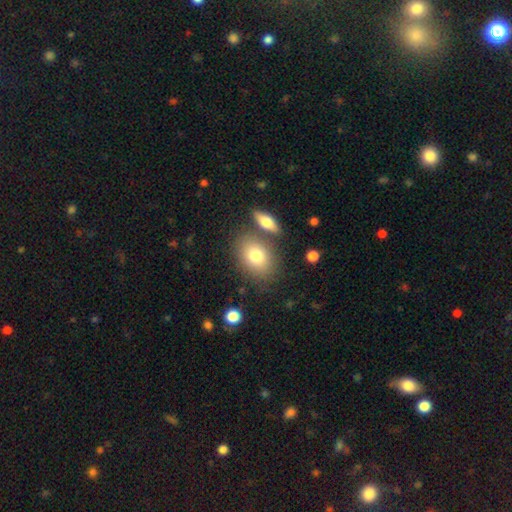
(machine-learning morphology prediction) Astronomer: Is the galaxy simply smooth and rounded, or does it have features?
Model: smooth — 79%.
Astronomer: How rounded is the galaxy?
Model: in between — 74%.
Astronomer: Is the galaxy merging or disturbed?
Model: none — 71%.